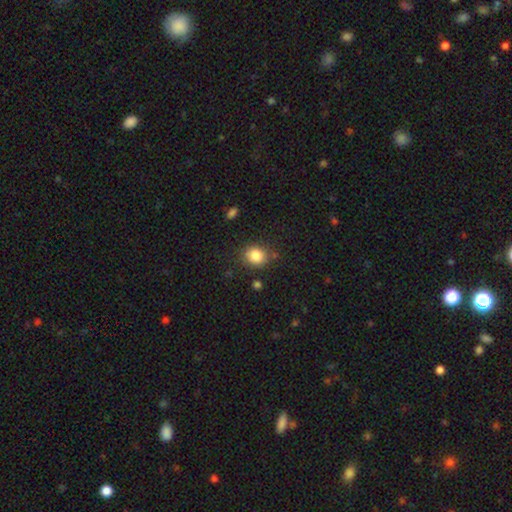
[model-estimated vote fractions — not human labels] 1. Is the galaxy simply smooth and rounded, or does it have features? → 84% smooth, 10% star or artifact, 6% featured or disk.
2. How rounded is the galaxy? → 72% round, 27% in between, 1% cigar-shaped.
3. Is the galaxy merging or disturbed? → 79% none, 14% minor disturbance, 4% merger, 4% major disturbance.